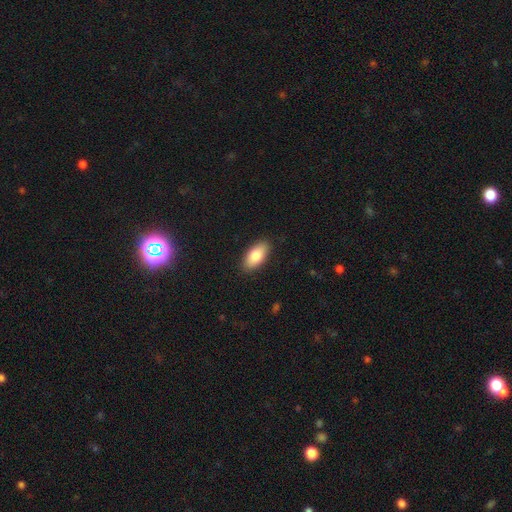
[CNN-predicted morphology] Smooth or featured? Predicted: smooth (p=0.83). How rounded? Predicted: in between (p=0.91). Merging? Predicted: none (p=0.88).